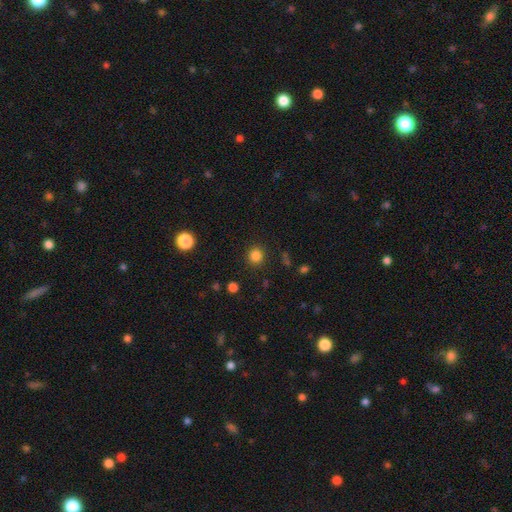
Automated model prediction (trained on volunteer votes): smooth-or-featured: smooth: 83% | star or artifact: 13% | featured or disk: 4%
  how-rounded: round: 90% | in between: 9% | cigar-shaped: 1%
  merging: none: 90% | minor disturbance: 6% | major disturbance: 3% | merger: 1%